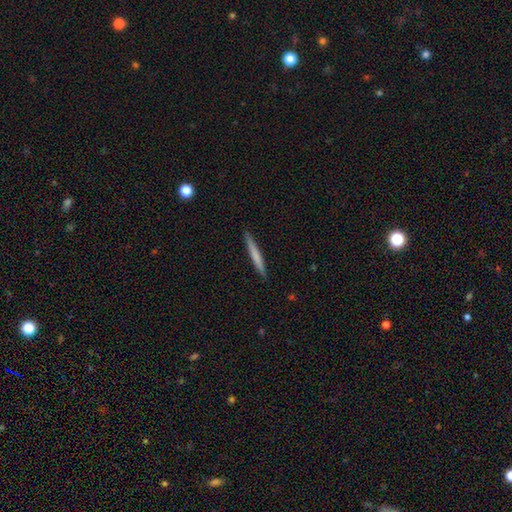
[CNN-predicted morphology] Smooth or featured? Predicted: smooth (p=0.64). How rounded? Predicted: cigar-shaped (p=0.97). Merging? Predicted: none (p=0.91).